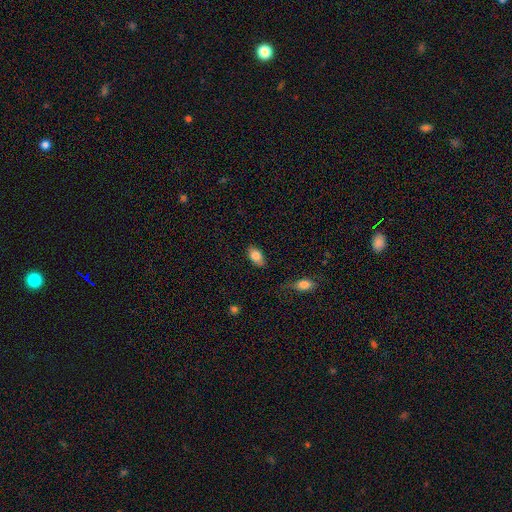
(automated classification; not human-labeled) Smooth or featured? smooth (82%)
How rounded? in between (90%)
Merging? none (81%)